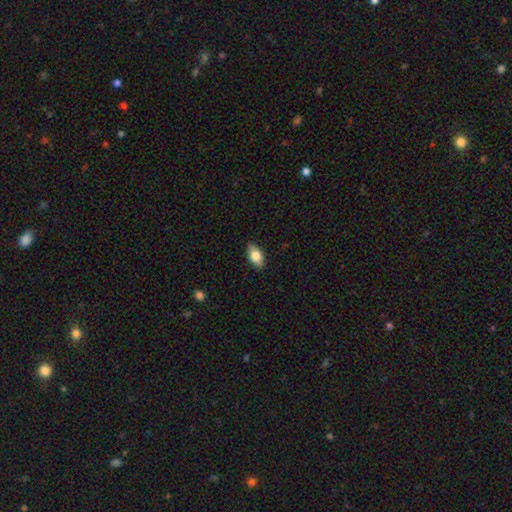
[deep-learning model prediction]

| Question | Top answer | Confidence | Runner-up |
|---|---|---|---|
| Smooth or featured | smooth | 78% | featured or disk (15%) |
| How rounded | in between | 90% | cigar-shaped (5%) |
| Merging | none | 87% | minor disturbance (10%) |